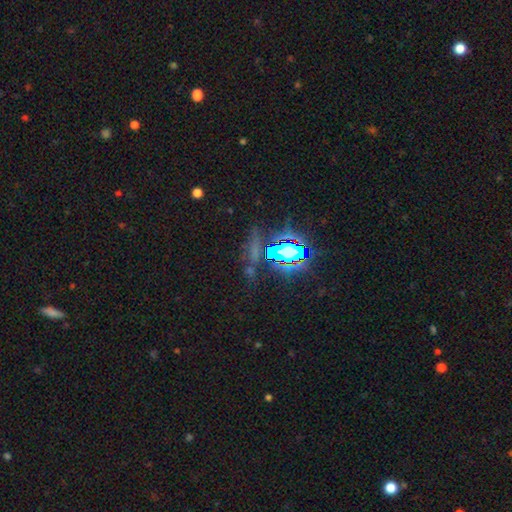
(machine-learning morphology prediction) smooth_or_featured: star or artifact (p=0.81) [alt: smooth p=0.10]